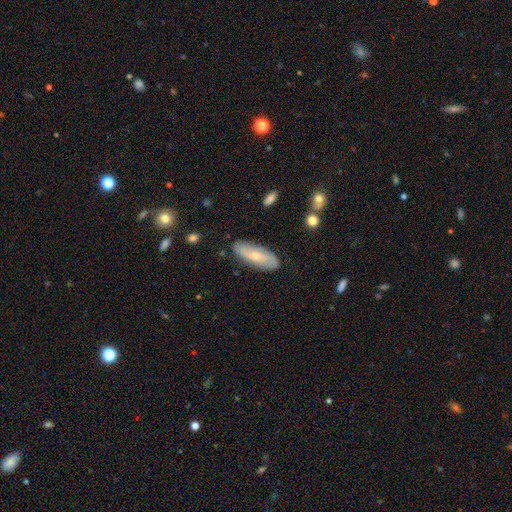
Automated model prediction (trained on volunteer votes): Q: Smooth or featured?
A: smooth (48%); runner-up: featured or disk (45%)
Q: Merging?
A: none (83%); runner-up: minor disturbance (13%)